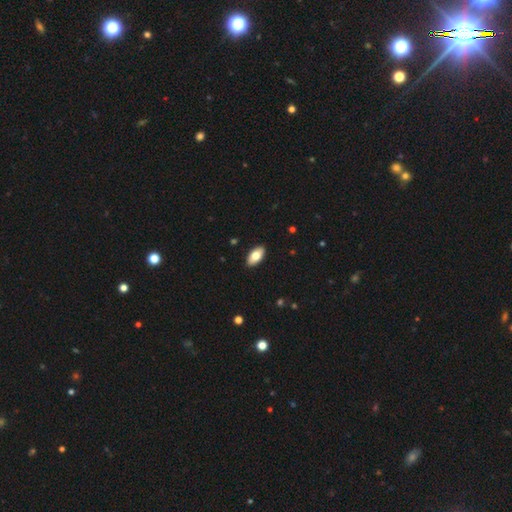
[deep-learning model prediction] Overall: smooth (77%). How rounded: in between (93%). Merging: none (91%).